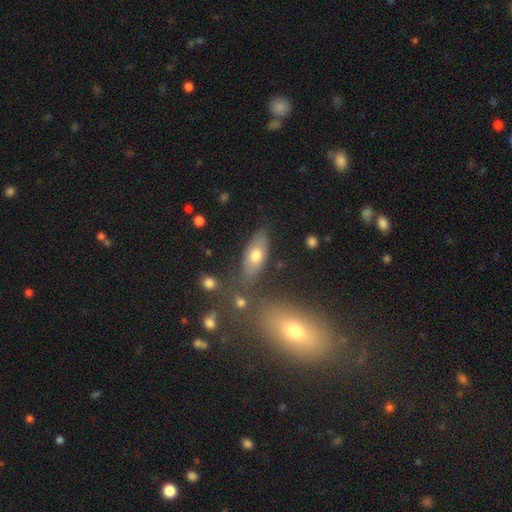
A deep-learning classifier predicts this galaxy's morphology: Smooth or featured?
  - smooth: 68% *
  - featured or disk: 25%
  - star or artifact: 8%
How rounded?
  - in between: 80% *
  - cigar-shaped: 15%
  - round: 4%
Merging?
  - none: 76% *
  - minor disturbance: 14%
  - merger: 5%
  - major disturbance: 4%